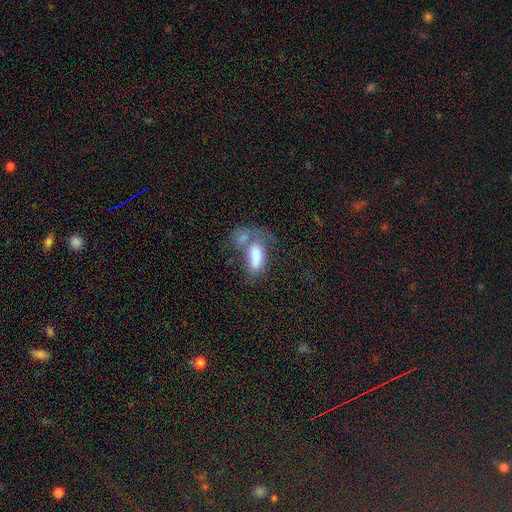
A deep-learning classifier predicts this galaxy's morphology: The model was most divided on "merging": merger: 47%, none: 21%, major disturbance: 20%, minor disturbance: 12%. More confident: how rounded — in between (86%); smooth or featured — smooth (74%).